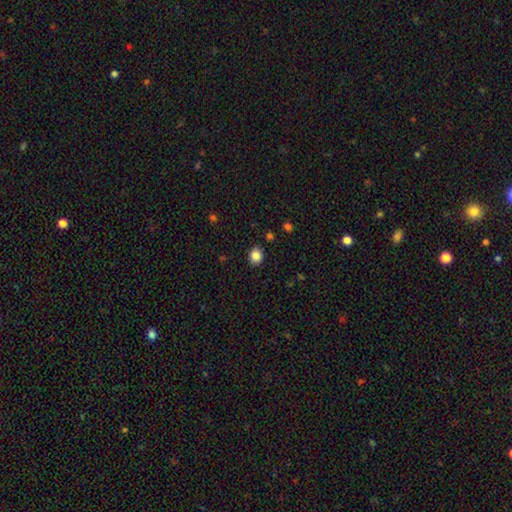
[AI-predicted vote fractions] A smooth galaxy with no disk features (85%) that is round (66%).

Vote fractions:
- Smooth or featured? smooth: 85% / star or artifact: 10% / featured or disk: 4%
- How rounded? round: 66% / in between: 33% / cigar-shaped: 1%
- Merging? none: 90% / minor disturbance: 7% / major disturbance: 2% / merger: 1%